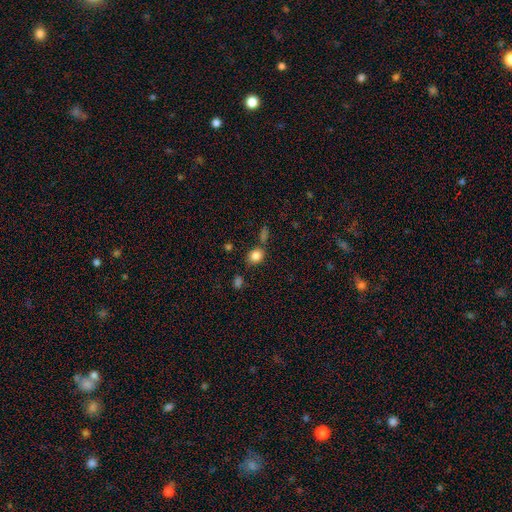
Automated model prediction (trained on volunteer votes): smooth-or-featured: smooth: 84% | star or artifact: 10% | featured or disk: 6%
  how-rounded: round: 53% | in between: 46% | cigar-shaped: 1%
  merging: none: 72% | minor disturbance: 14% | merger: 10% | major disturbance: 4%